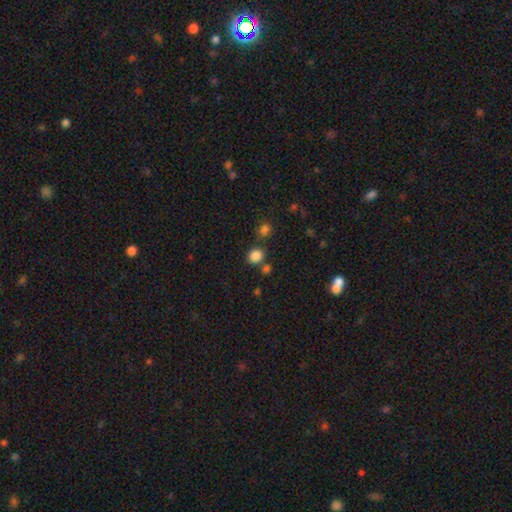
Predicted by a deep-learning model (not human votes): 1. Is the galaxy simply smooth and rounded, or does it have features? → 83% smooth, 12% star or artifact, 4% featured or disk.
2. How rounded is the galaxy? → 68% round, 31% in between, 1% cigar-shaped.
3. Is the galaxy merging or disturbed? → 72% none, 14% merger, 10% minor disturbance, 4% major disturbance.